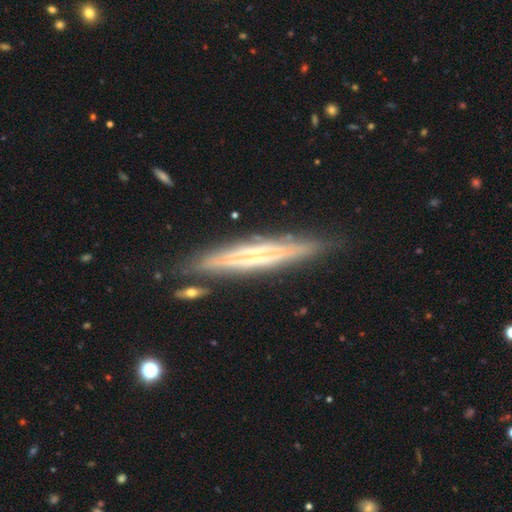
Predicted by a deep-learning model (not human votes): featured or disk 76%, smooth 17%, star or artifact 7%. Down the decision tree: edge-on disk — yes (92%); edge-on bulge — none (52%); merging — none (84%).